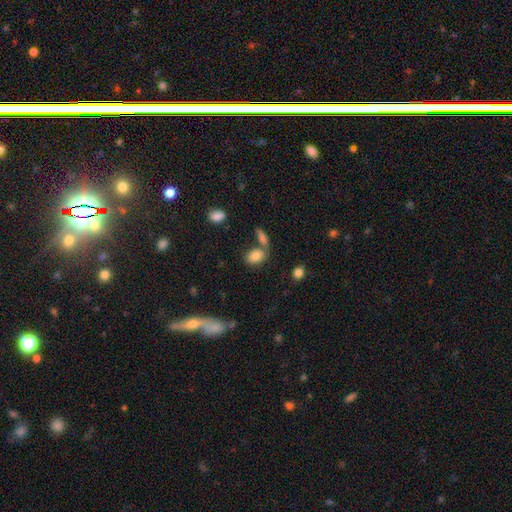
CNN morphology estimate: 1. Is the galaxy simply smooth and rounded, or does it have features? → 82% smooth, 10% featured or disk, 9% star or artifact.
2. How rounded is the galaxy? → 85% in between, 13% round, 2% cigar-shaped.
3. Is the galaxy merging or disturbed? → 57% none, 27% merger, 12% minor disturbance, 5% major disturbance.